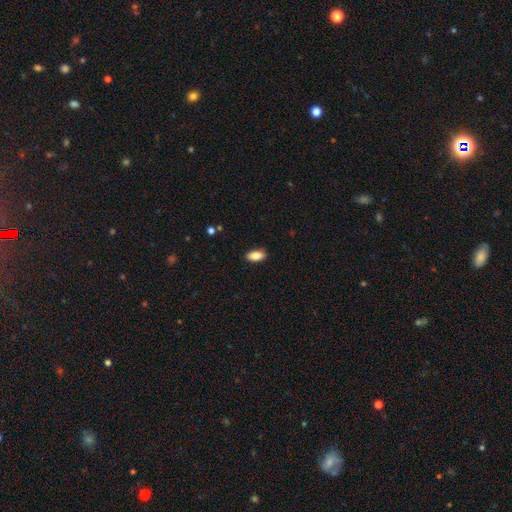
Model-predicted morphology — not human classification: This is clearly a smooth galaxy (88%). How rounded: clearly in between (91%). Merging: clearly none (88%).